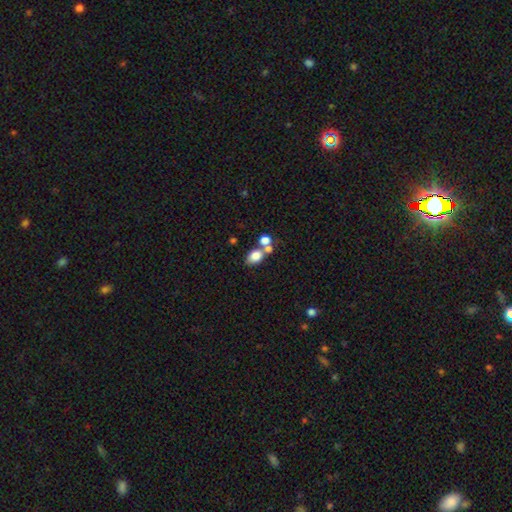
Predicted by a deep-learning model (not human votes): The model was most divided on "merging": none: 45%, merger: 39%, minor disturbance: 10%, major disturbance: 5%. More confident: smooth or featured — smooth (77%); how rounded — in between (68%).